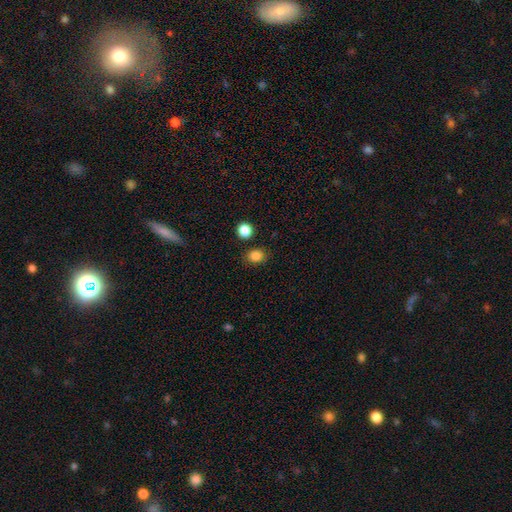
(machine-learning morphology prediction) Overall: smooth (84%). How rounded: round (57%; in between 42%). Merging: none (82%).